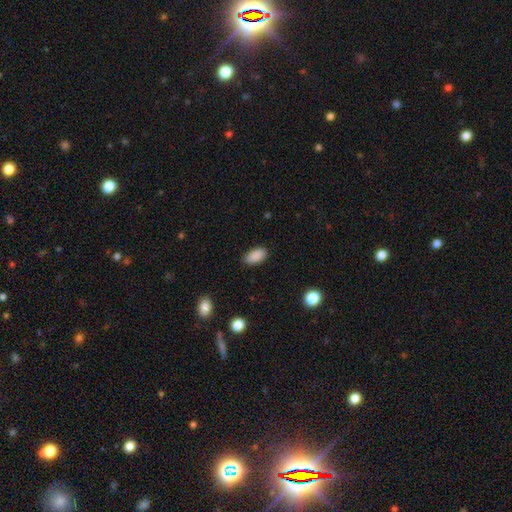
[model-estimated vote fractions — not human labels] smooth 89%, star or artifact 8%, featured or disk 3%. Down the decision tree: how rounded — in between (93%); merging — none (85%).